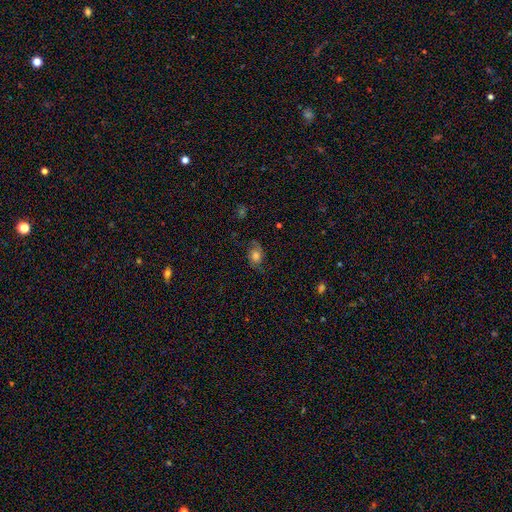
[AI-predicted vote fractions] Q: Smooth or featured?
A: smooth (51%); runner-up: featured or disk (37%)
Q: How rounded?
A: in between (68%); runner-up: round (30%)
Q: Merging?
A: none (64%); runner-up: minor disturbance (23%)